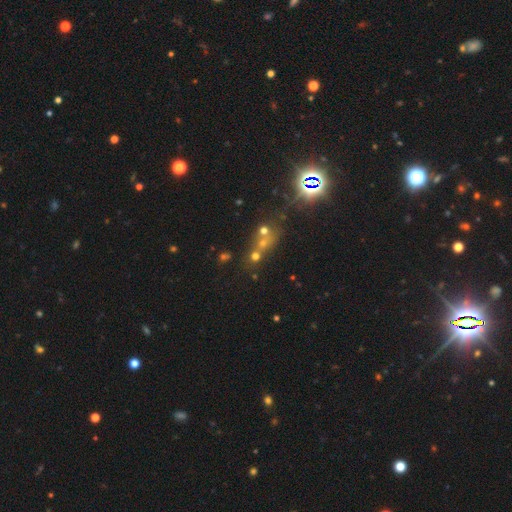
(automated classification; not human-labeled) smooth-or-featured: star or artifact: 45% | smooth: 38% | featured or disk: 17%